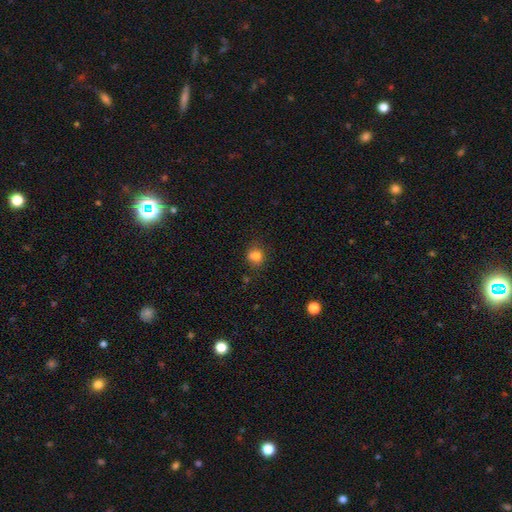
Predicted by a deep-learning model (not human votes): smooth-or-featured: smooth: 80% | star or artifact: 12% | featured or disk: 8%
  how-rounded: round: 76% | in between: 23% | cigar-shaped: 1%
  merging: none: 66% | minor disturbance: 18% | merger: 11% | major disturbance: 5%